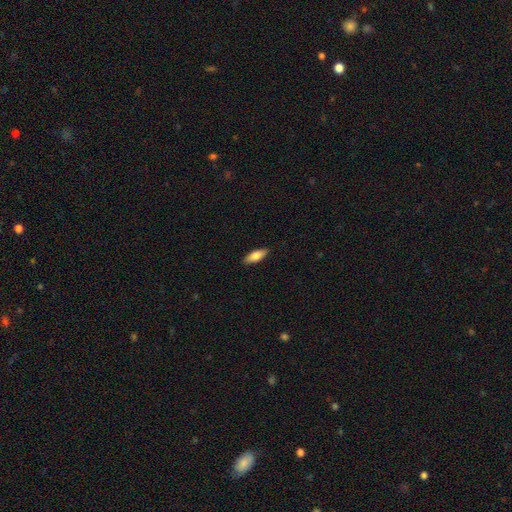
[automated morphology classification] Smooth or featured? smooth (77%)
How rounded? in between (67%)
Merging? none (88%)